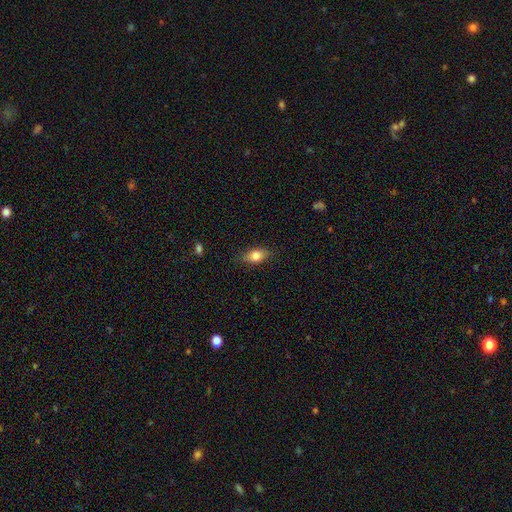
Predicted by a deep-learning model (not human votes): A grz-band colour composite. It shows a smooth galaxy with no disk features (78%) that is in between round and cigar-shaped (81%). Merging: none (82%).